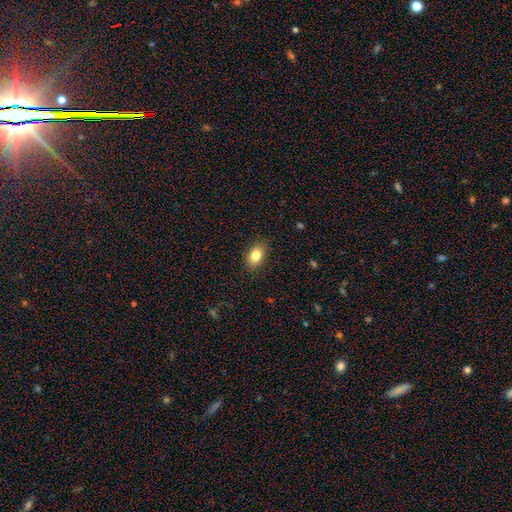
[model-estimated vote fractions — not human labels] Smooth or featured? Predicted: smooth (p=0.82). How rounded? Predicted: in between (p=0.83). Merging? Predicted: none (p=0.85).